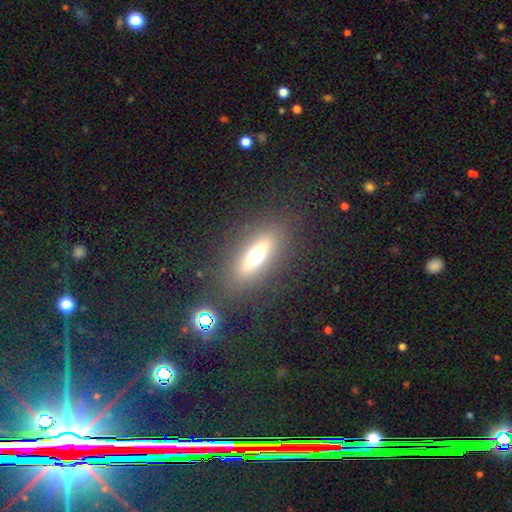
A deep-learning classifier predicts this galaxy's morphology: type=smooth (46%); merging=none (84%).